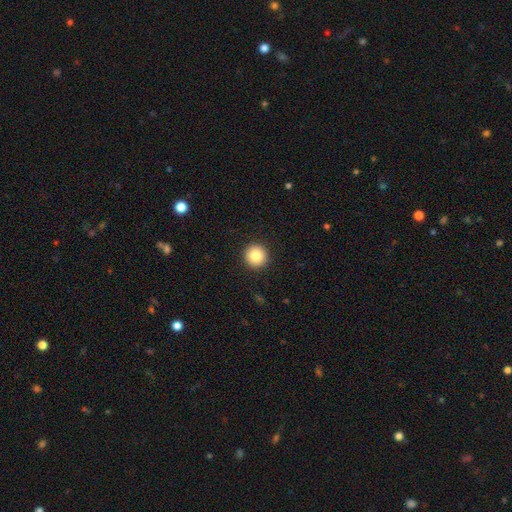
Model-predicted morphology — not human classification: Q: Smooth or featured?
A: smooth (84%); runner-up: star or artifact (9%)
Q: How rounded?
A: round (96%); runner-up: in between (3%)
Q: Merging?
A: none (93%); runner-up: minor disturbance (5%)